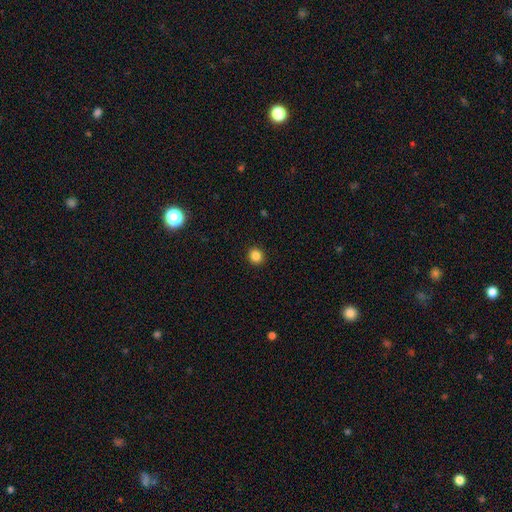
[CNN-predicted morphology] Overall: smooth (85%). How rounded: round (85%). Merging: none (92%).